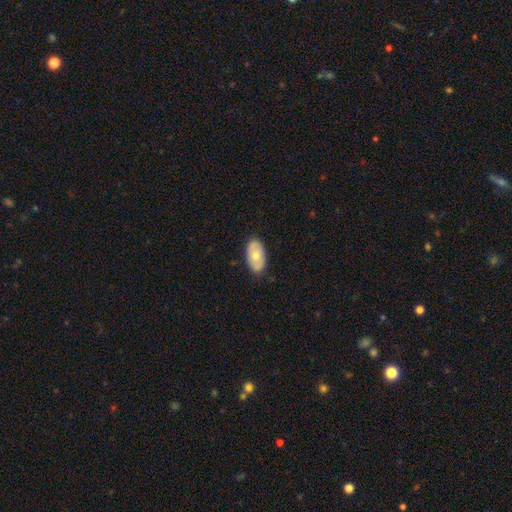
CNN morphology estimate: Smooth or featured?
  - smooth: 61% *
  - featured or disk: 33%
  - star or artifact: 6%
How rounded?
  - in between: 94% *
  - round: 5%
  - cigar-shaped: 2%
Merging?
  - none: 83% *
  - minor disturbance: 13%
  - major disturbance: 2%
  - merger: 1%